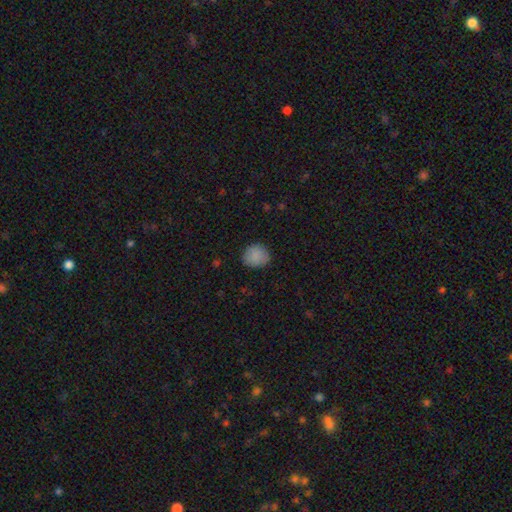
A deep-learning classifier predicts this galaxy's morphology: This is clearly a smooth galaxy (87%). How rounded: clearly round (82%). Merging: clearly none (84%).